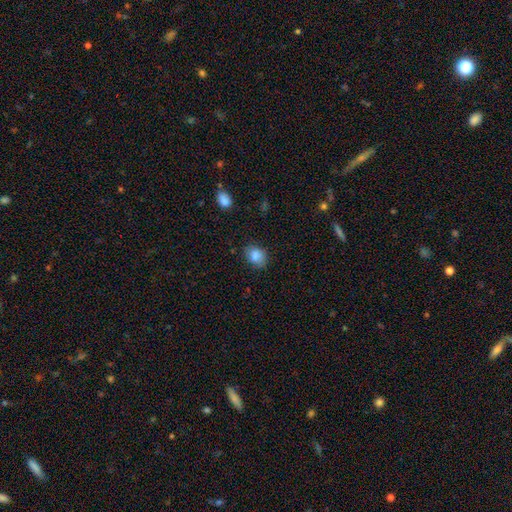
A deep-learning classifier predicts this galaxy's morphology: smooth 86%, star or artifact 9%, featured or disk 5%. Down the decision tree: how rounded — in between (66%); merging — none (77%).